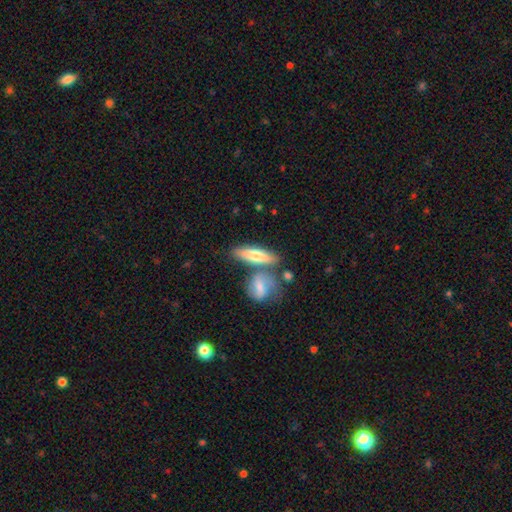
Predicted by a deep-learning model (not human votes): A smooth galaxy with no disk features (70%) that is cigar-shaped (54%).

Vote fractions:
- Smooth or featured? smooth: 70% / featured or disk: 25% / star or artifact: 5%
- How rounded? cigar-shaped: 54% / in between: 43% / round: 4%
- Merging? none: 57% / merger: 26% / minor disturbance: 13% / major disturbance: 4%